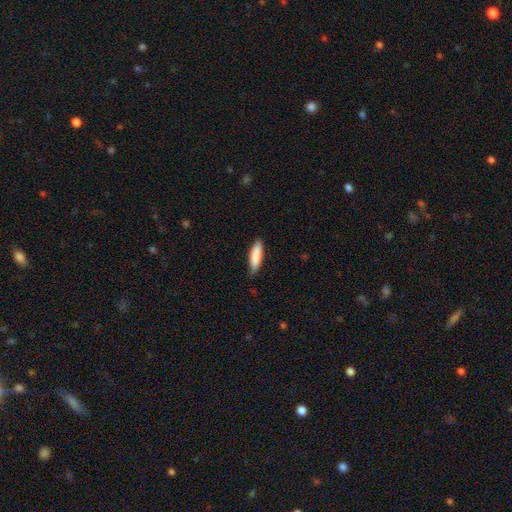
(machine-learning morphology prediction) Smooth or featured? smooth (86%)
How rounded? cigar-shaped (68%)
Merging? none (82%)